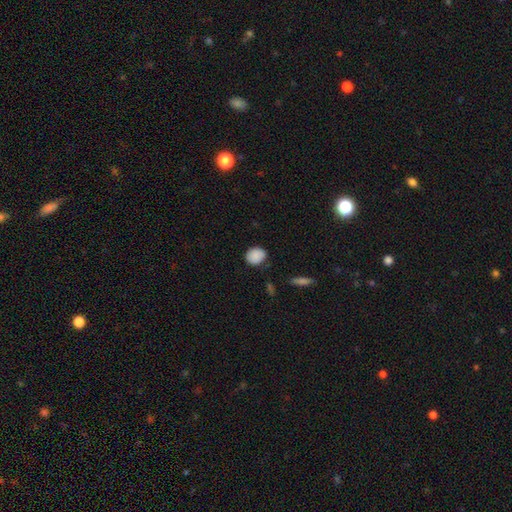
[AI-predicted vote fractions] Morphology: type=smooth (88%); roundness=round (71%); merging=none (78%).